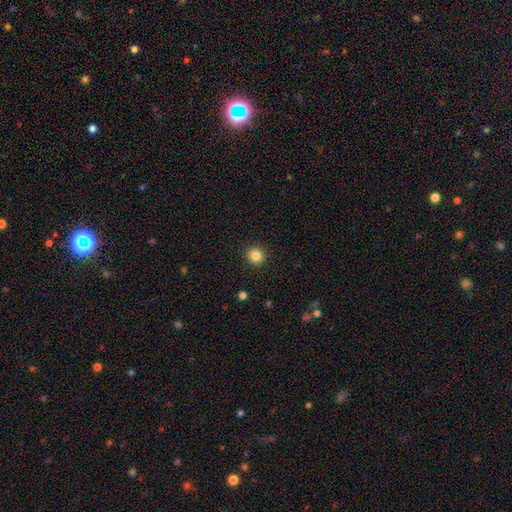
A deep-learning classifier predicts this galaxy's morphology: smooth 84%, star or artifact 11%, featured or disk 5%. Down the decision tree: how rounded — round (91%); merging — none (92%).